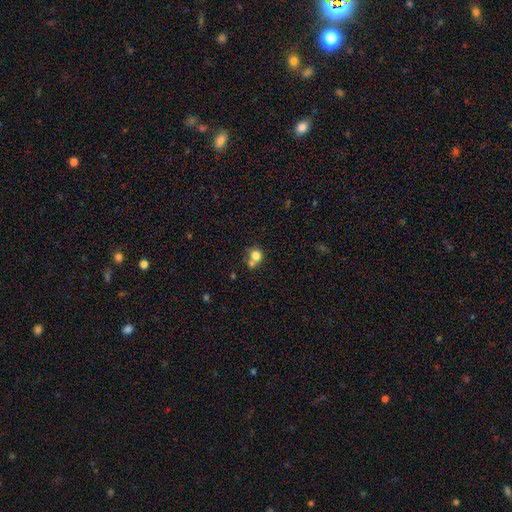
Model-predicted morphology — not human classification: A smooth galaxy with no disk features (77%) that is round (81%). Merging: none (44%).